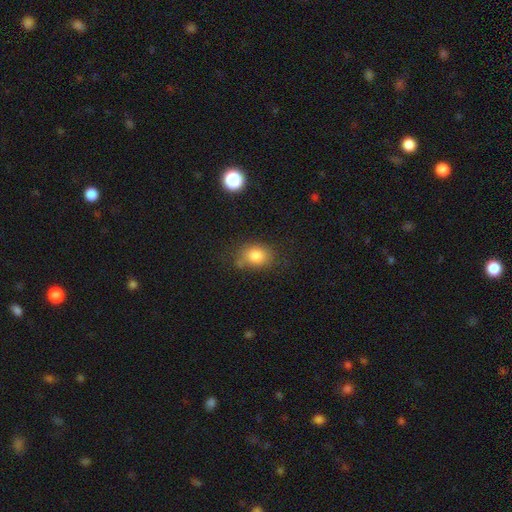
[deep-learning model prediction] Smooth or featured: smooth — 83% (star or artifact — 10%)
How rounded: in between — 60% (round — 39%)
Merging: none — 70% (minor disturbance — 18%)